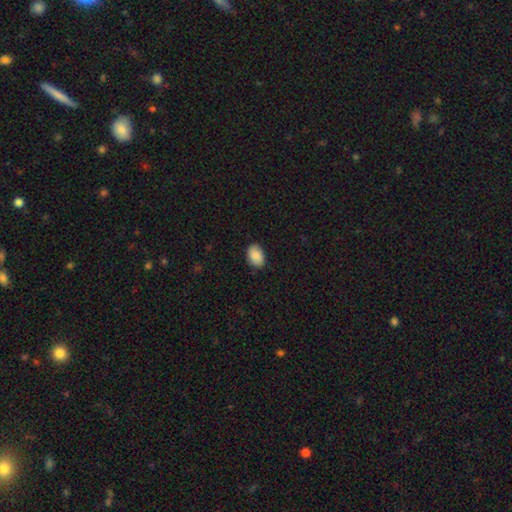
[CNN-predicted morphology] A smooth galaxy with no disk features (89%) that is in between round and cigar-shaped (85%).

Vote fractions:
- Smooth or featured? smooth: 89% / star or artifact: 7% / featured or disk: 5%
- How rounded? in between: 85% / round: 14% / cigar-shaped: 1%
- Merging? none: 85% / minor disturbance: 12% / major disturbance: 2% / merger: 1%